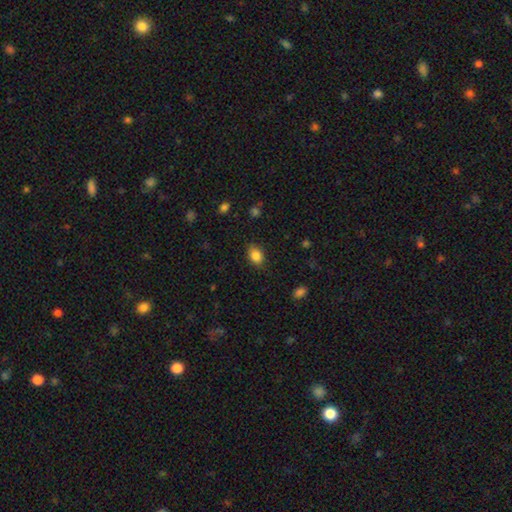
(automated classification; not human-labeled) This appears to be a smooth galaxy with no disk features (86%) that is in between round and cigar-shaped (73%). Merging: none (82%).